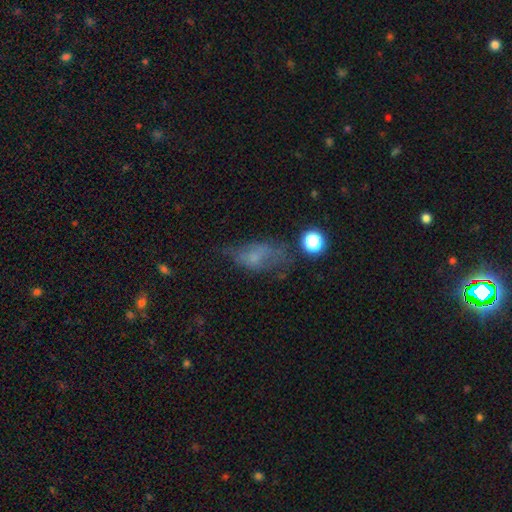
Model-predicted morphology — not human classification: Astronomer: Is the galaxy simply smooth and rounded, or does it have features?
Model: smooth — 53% (runner-up: featured or disk, 30%).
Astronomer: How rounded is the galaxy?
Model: in between — 82%.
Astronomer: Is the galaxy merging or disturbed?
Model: none — 39% (runner-up: minor disturbance, 29%).